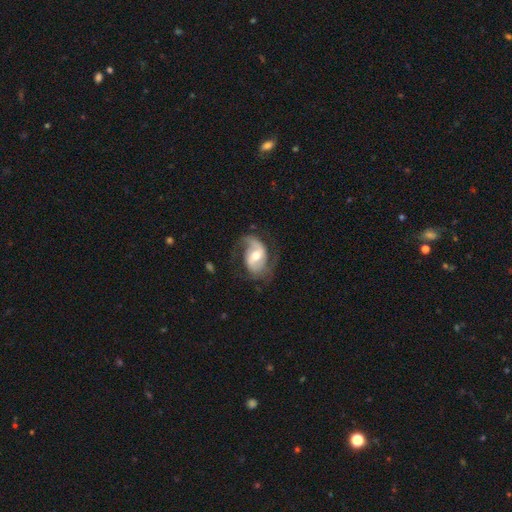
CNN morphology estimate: type=featured or disk (81%); edge-on=no (97%); bar=weak (46%); spiral arms=yes (93%); winding=medium (43%); arm count=2 (73%); bulge=moderate (68%); merging=none (57%).